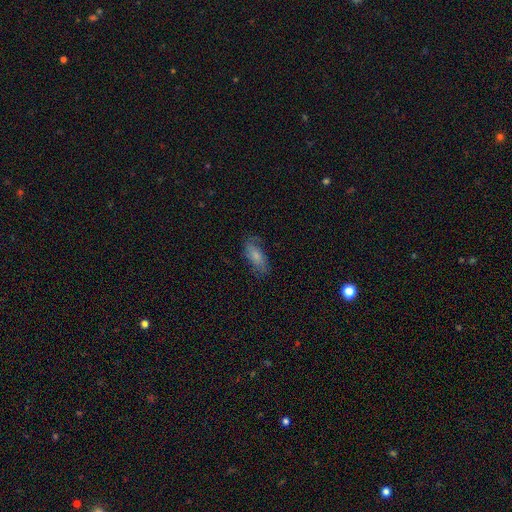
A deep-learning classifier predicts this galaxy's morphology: Smooth or featured? Predicted: smooth (p=0.63). How rounded? Predicted: in between (p=0.82). Merging? Predicted: none (p=0.68).